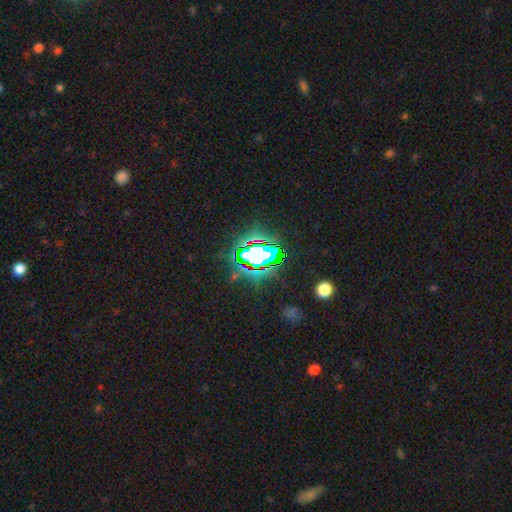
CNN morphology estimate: smooth_or_featured: star or artifact (p=0.70) [alt: smooth p=0.17]